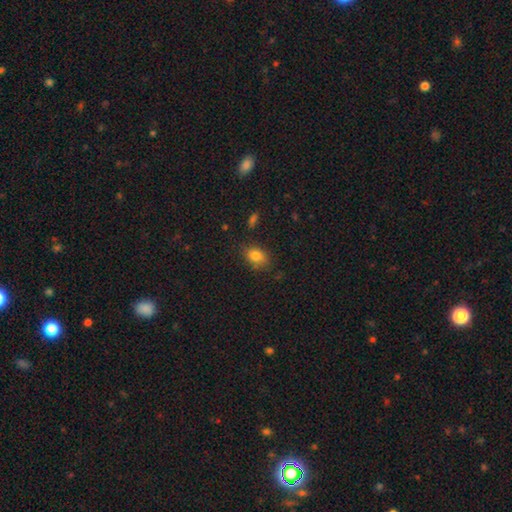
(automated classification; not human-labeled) Morphology: type=smooth (81%); roundness=in between (72%); merging=none (76%).